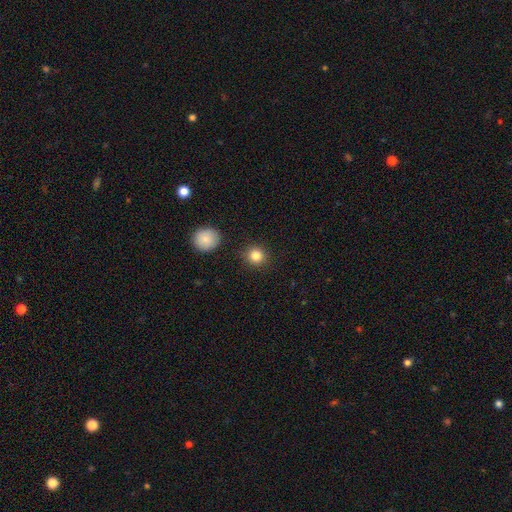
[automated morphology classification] Q: Smooth or featured?
A: smooth (84%); runner-up: star or artifact (11%)
Q: How rounded?
A: round (91%); runner-up: in between (8%)
Q: Merging?
A: none (90%); runner-up: minor disturbance (6%)